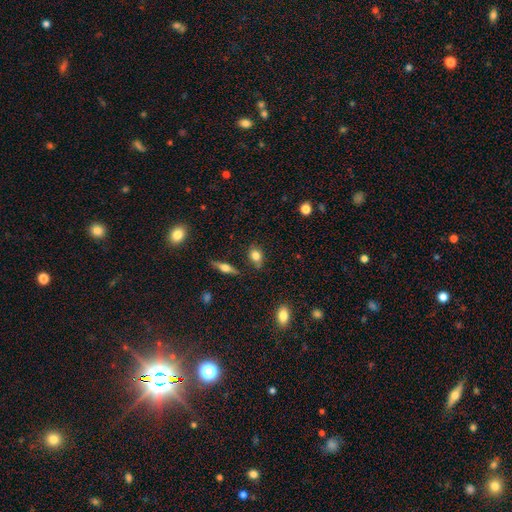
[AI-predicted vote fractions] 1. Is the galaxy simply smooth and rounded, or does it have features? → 78% smooth, 13% featured or disk, 9% star or artifact.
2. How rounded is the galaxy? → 59% in between, 37% round, 4% cigar-shaped.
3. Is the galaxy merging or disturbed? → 72% none, 20% minor disturbance, 5% major disturbance, 3% merger.